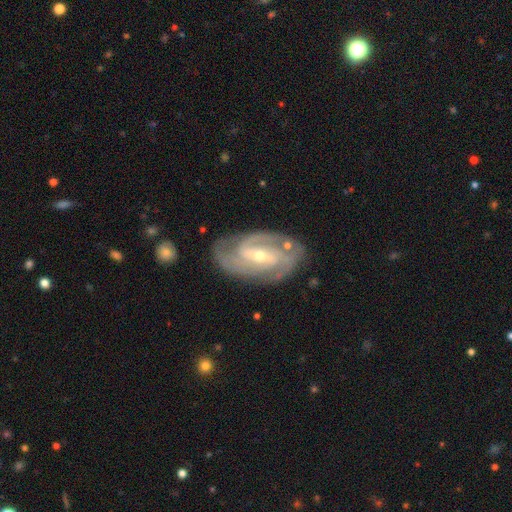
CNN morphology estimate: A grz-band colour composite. It shows a featured or disk galaxy (88%) with a weak bar (40%, tied with strong), 2 (41%) tight (52%) spiral arms (96%) and a small central bulge (55%). Merging: none (77%).